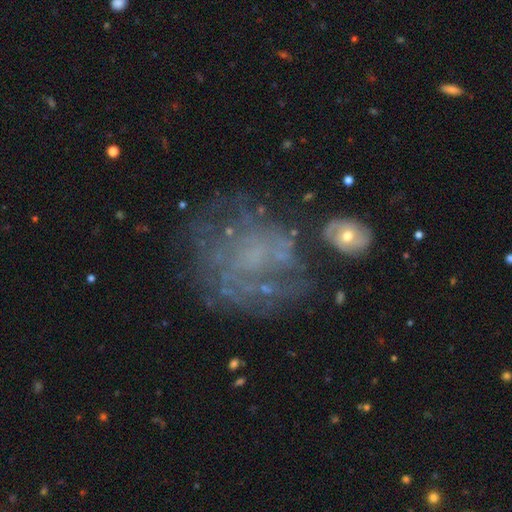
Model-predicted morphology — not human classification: This is possibly a featured or disk galaxy (57%). It is clearly not viewed edge-on (97%). Bar: likely no (79%). Spiral arm pattern: possibly no (56%). Central bulge: likely none (64%). Merging: possibly none (52%).